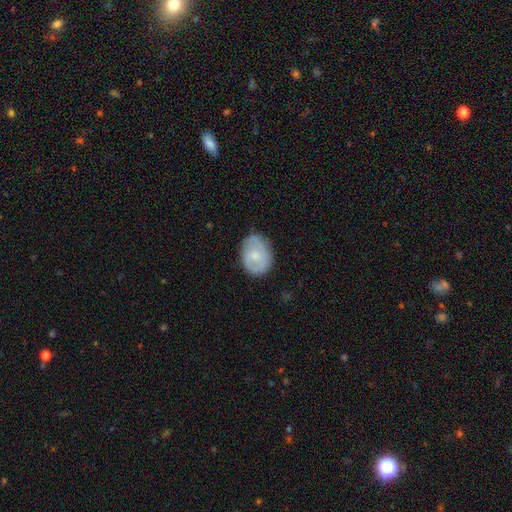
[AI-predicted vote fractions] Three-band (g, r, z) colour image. It shows a smooth galaxy with no disk features (59%) that is in between round and cigar-shaped (65%). Merging: none (72%).